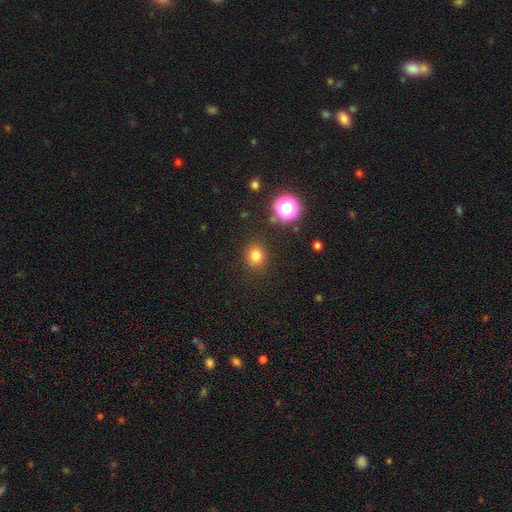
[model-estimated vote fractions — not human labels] A smooth galaxy with no disk features (78%) that is round (76%).

Vote fractions:
- Smooth or featured? smooth: 78% / star or artifact: 16% / featured or disk: 6%
- How rounded? round: 76% / in between: 23% / cigar-shaped: 1%
- Merging? none: 86% / minor disturbance: 9% / major disturbance: 3% / merger: 2%